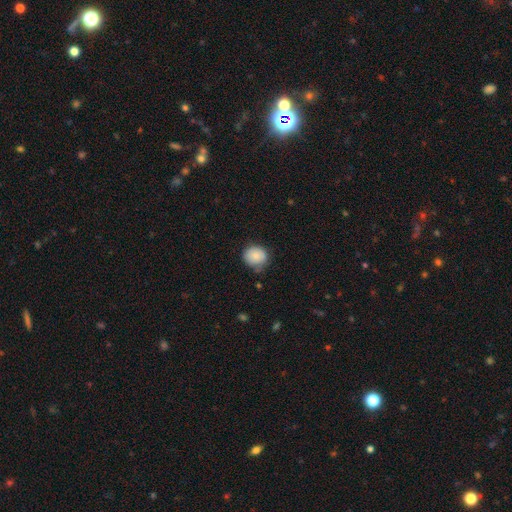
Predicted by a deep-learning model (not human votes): Smooth or featured: smooth — 84% (featured or disk — 8%)
How rounded: round — 78% (in between — 21%)
Merging: none — 69% (minor disturbance — 24%)